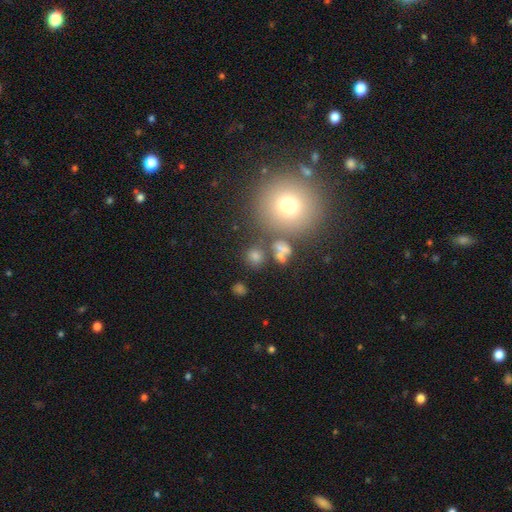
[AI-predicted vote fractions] smooth_or_featured: smooth (p=0.67) [alt: star or artifact p=0.23]
how_rounded: round (p=0.87) [alt: in between p=0.12]
merging: none (p=0.74) [alt: merger p=0.12]